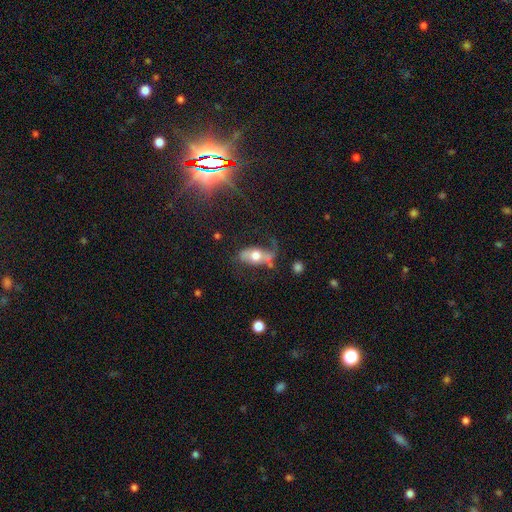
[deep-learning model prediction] Smooth or featured? smooth (46%, tied with featured or disk)
Merging? none (41%)